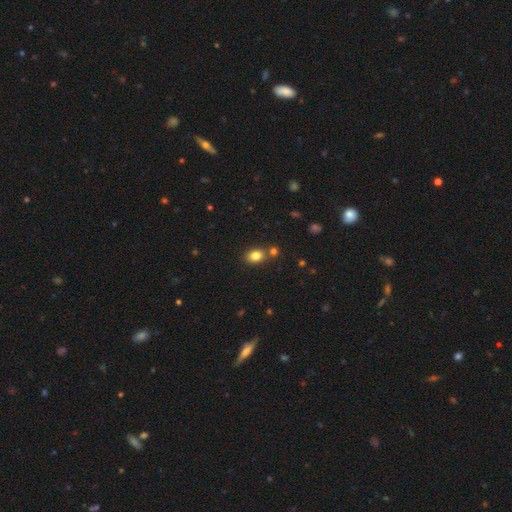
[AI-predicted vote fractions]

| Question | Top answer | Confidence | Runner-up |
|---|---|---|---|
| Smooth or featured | smooth | 82% | star or artifact (11%) |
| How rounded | in between | 70% | round (29%) |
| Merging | none | 71% | merger (15%) |